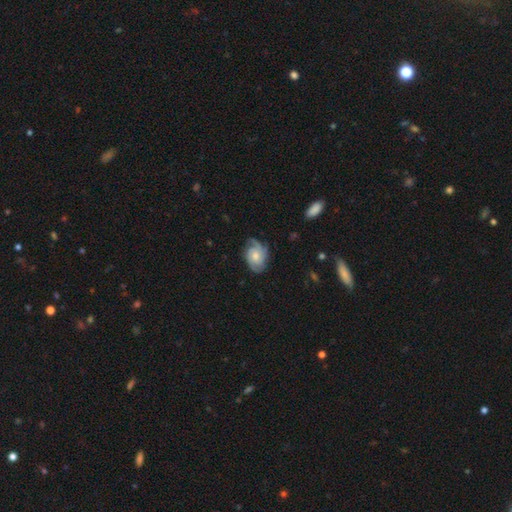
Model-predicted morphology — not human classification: featured or disk 73%, smooth 21%, star or artifact 6%. Down the decision tree: edge-on disk — no (97%); bar — no (76%); spiral arms — yes (94%); spiral arm count — 3 (29%); spiral winding — tight (51%); bulge size — moderate (53%); merging — none (67%).